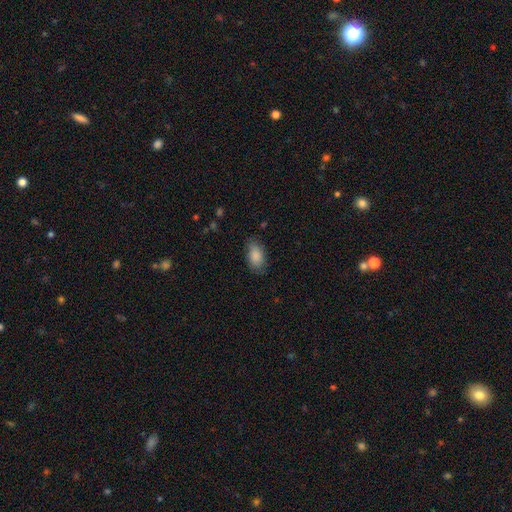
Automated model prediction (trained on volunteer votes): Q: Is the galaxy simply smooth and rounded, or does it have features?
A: smooth — 86%.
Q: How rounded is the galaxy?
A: in between — 92%.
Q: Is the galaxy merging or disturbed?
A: none — 79%.